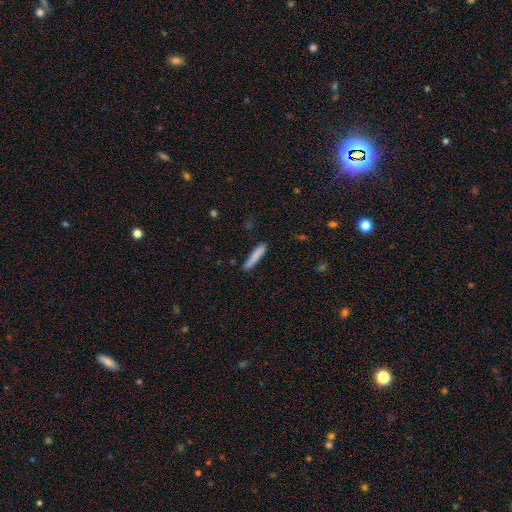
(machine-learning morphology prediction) Smooth or featured? smooth (82%)
How rounded? cigar-shaped (92%)
Merging? none (82%)